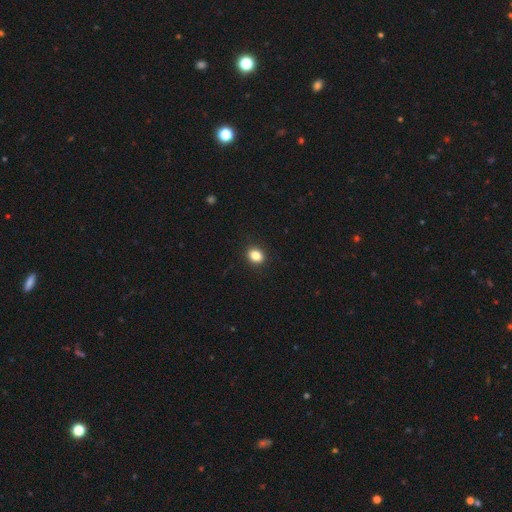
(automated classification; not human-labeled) A smooth galaxy with no disk features (85%) that is round (54%).

Vote fractions:
- Smooth or featured? smooth: 85% / star or artifact: 10% / featured or disk: 5%
- How rounded? round: 54% / in between: 45% / cigar-shaped: 1%
- Merging? none: 90% / minor disturbance: 7% / major disturbance: 2% / merger: 1%